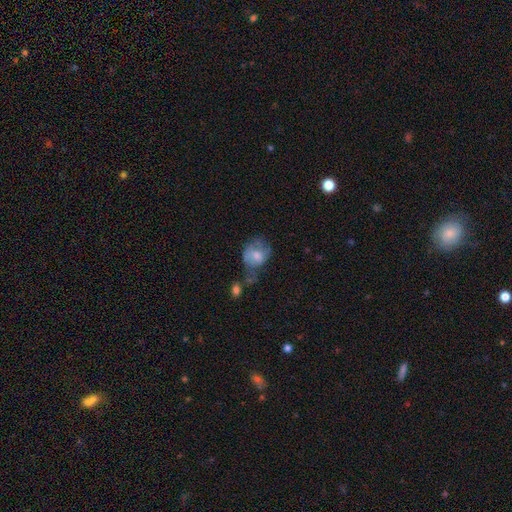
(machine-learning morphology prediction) smooth 61%, featured or disk 31%, star or artifact 8%. Down the decision tree: how rounded — in between (50%); merging — none (33%).